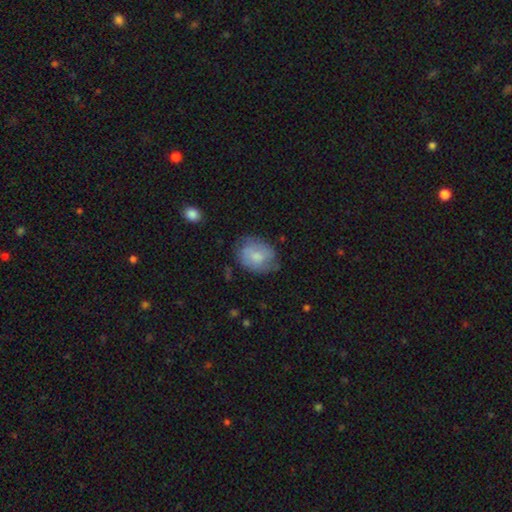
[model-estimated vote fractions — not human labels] Smooth or featured? Predicted: smooth (p=0.64). How rounded? Predicted: in between (p=0.58). Merging? Predicted: none (p=0.62).